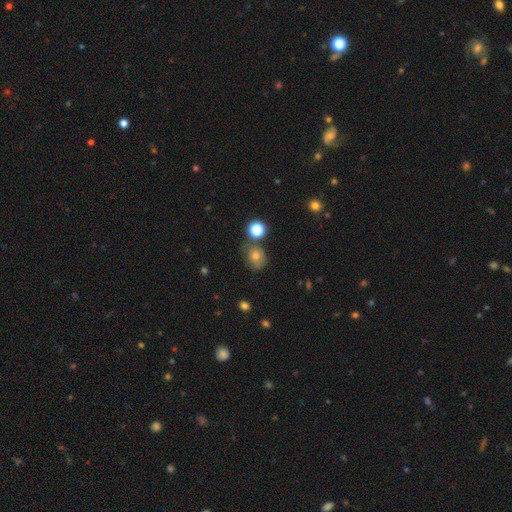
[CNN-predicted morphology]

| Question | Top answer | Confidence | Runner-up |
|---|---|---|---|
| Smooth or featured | smooth | 66% | featured or disk (18%) |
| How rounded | round | 63% | in between (36%) |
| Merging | none | 61% | minor disturbance (22%) |